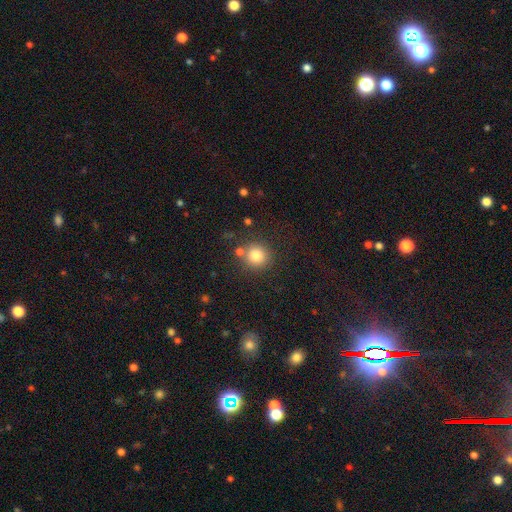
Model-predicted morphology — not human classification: smooth 81%, star or artifact 12%, featured or disk 7%. Down the decision tree: how rounded — round (92%); merging — none (77%).